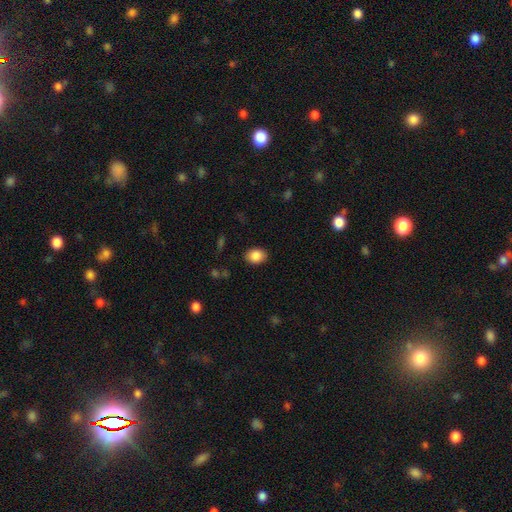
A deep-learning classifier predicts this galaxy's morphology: Smooth or featured? smooth (87%)
How rounded? in between (63%)
Merging? none (87%)